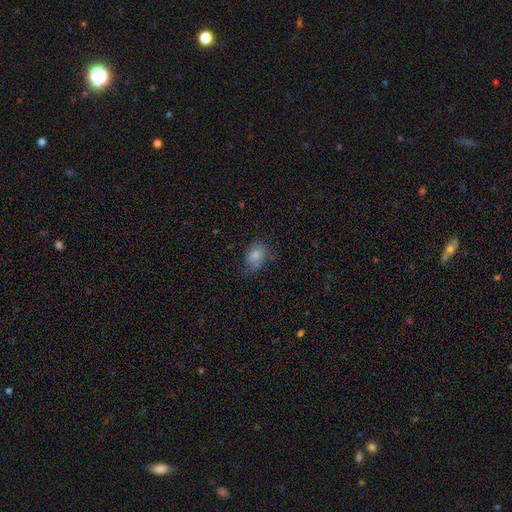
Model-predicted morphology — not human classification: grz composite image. It shows a smooth galaxy with no disk features (81%) that is in between round and cigar-shaped (70%). Merging: none (62%).